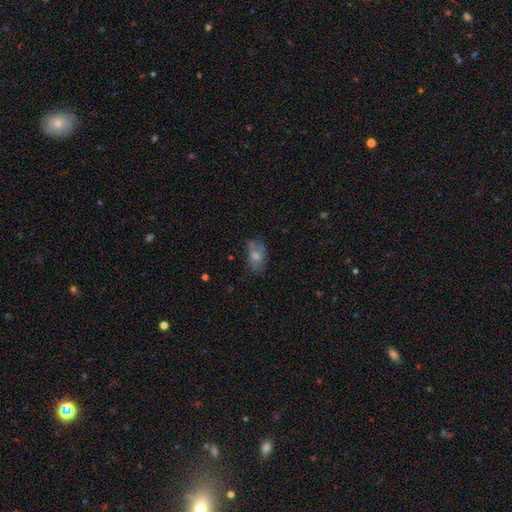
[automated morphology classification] Smooth or featured: smooth — 45% (featured or disk — 38%)
Merging: none — 63% (minor disturbance — 23%)